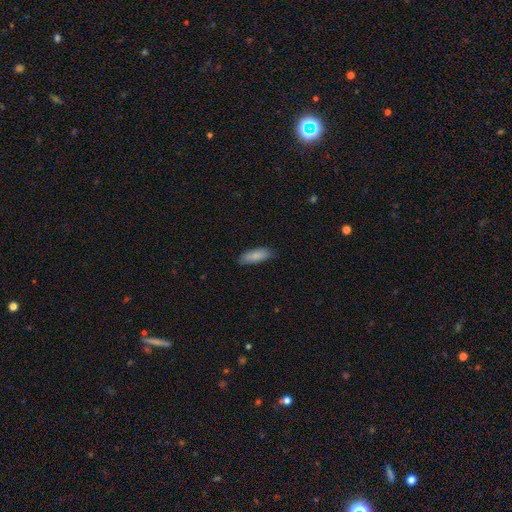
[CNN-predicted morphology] This is clearly a smooth galaxy (85%). How rounded: likely in between (65%). Merging: clearly none (85%).